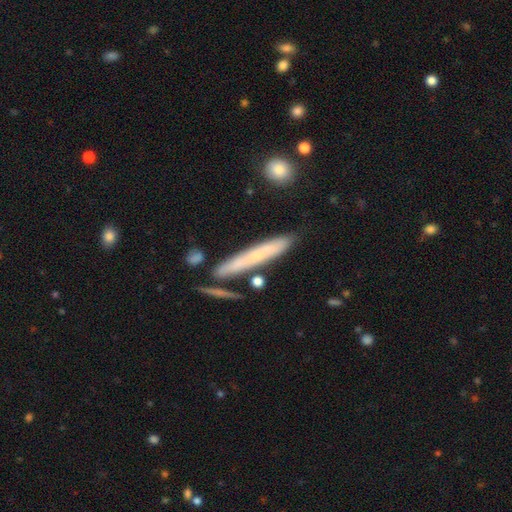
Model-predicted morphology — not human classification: Smooth or featured: smooth — 54% (featured or disk — 39%)
How rounded: cigar-shaped — 92% (in between — 6%)
Merging: none — 72% (minor disturbance — 15%)